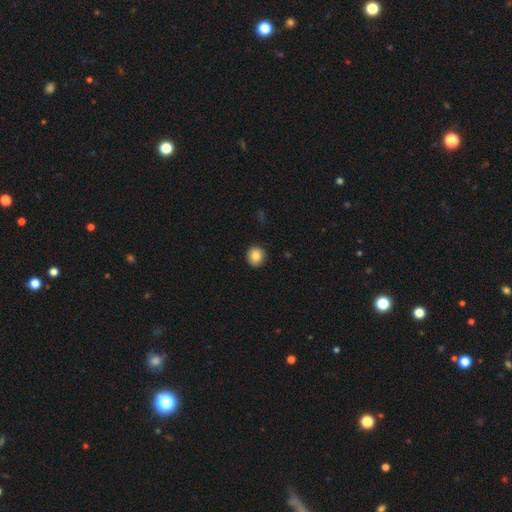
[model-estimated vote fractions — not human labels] Morphology: type=smooth (85%); roundness=round (89%); merging=none (90%).